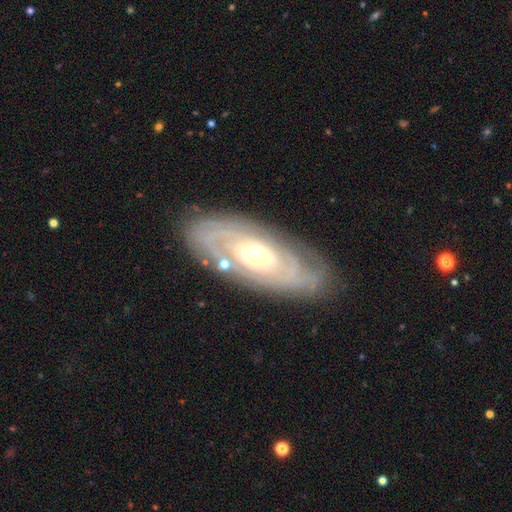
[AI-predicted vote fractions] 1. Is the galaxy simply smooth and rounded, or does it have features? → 80% featured or disk, 14% smooth, 6% star or artifact.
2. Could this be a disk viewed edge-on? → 88% no, 12% yes.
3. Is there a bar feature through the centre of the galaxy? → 73% no, 19% weak, 7% strong.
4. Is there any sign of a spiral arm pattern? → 81% yes, 19% no.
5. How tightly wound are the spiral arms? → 77% tight, 18% medium, 5% loose.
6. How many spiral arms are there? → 53% can't tell, 22% 2, 9% 3, 6% 4, 5% more than 4, 4% 1.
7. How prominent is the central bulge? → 52% moderate, 40% small, 6% large, 1% dominant, 1% none.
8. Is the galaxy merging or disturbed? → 81% none, 13% minor disturbance, 4% major disturbance, 2% merger.